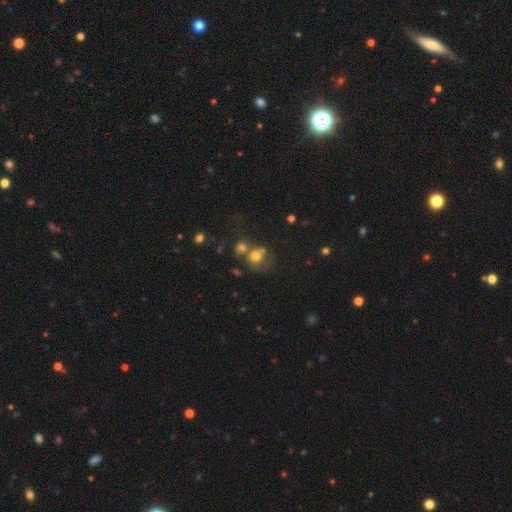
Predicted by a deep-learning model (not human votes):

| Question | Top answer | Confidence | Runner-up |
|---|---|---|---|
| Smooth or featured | smooth | 66% | featured or disk (19%) |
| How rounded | round | 74% | in between (25%) |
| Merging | merger | 43% | none (33%) |